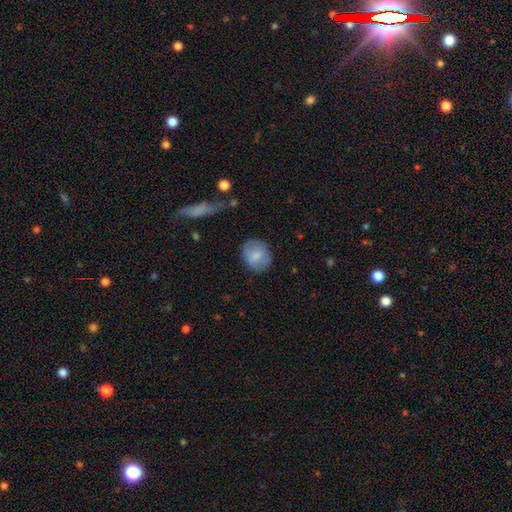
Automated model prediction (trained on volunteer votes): A smooth galaxy with no disk features (75%) that is round (68%).

Vote fractions:
- Smooth or featured? smooth: 75% / featured or disk: 18% / star or artifact: 7%
- How rounded? round: 68% / in between: 31% / cigar-shaped: 1%
- Merging? none: 78% / minor disturbance: 16% / major disturbance: 4% / merger: 1%